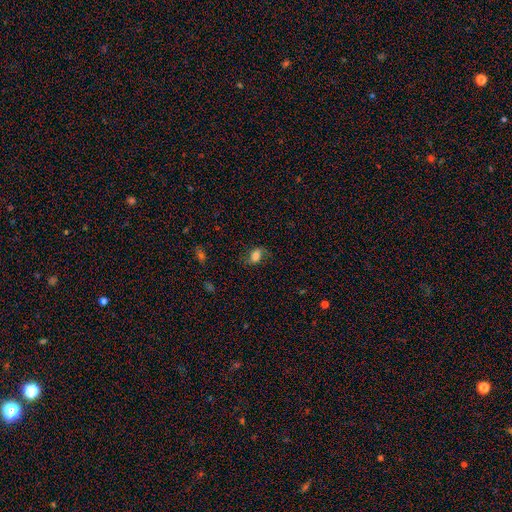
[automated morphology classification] Overall: smooth (68%). How rounded: in between (82%). Merging: none (65%).